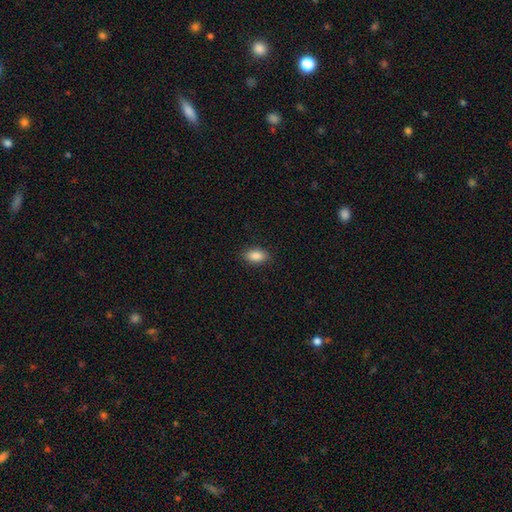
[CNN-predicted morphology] Smooth or featured? Predicted: smooth (p=0.88). How rounded? Predicted: in between (p=0.91). Merging? Predicted: none (p=0.88).